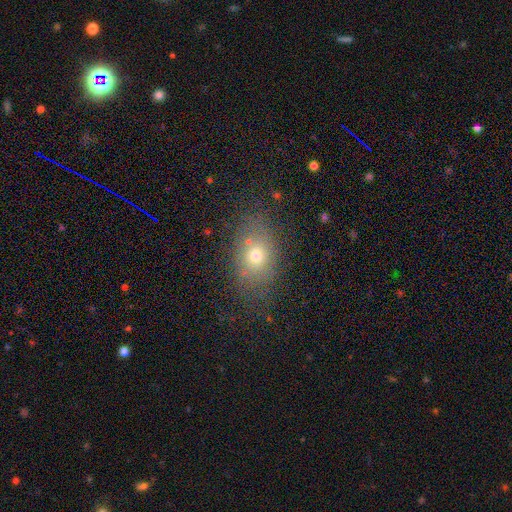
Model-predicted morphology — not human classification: Smooth or featured? Predicted: smooth (p=0.69). How rounded? Predicted: in between (p=0.72). Merging? Predicted: none (p=0.72).